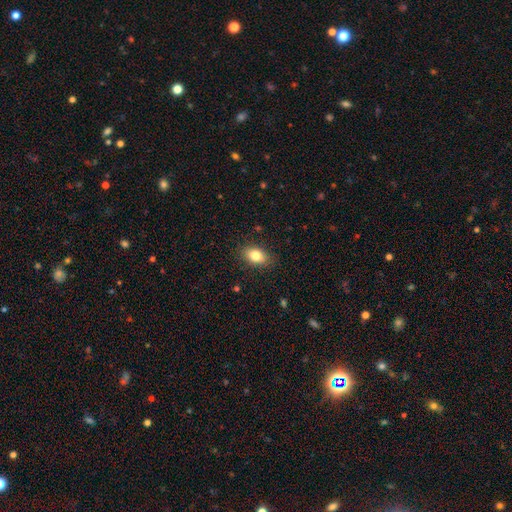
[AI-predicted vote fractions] Smooth or featured?
  - smooth: 82% *
  - featured or disk: 10%
  - star or artifact: 8%
How rounded?
  - in between: 86% *
  - round: 12%
  - cigar-shaped: 2%
Merging?
  - none: 86% *
  - minor disturbance: 11%
  - major disturbance: 3%
  - merger: 1%